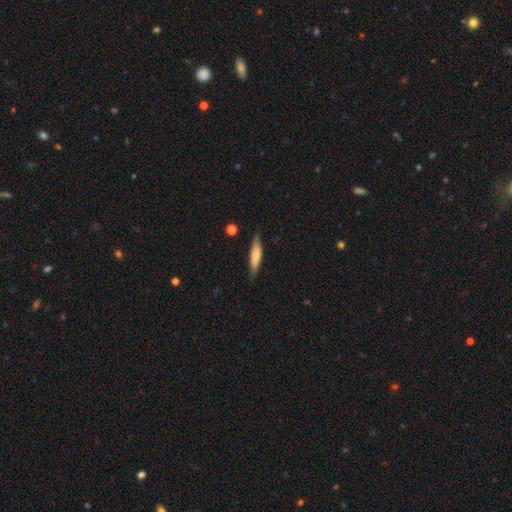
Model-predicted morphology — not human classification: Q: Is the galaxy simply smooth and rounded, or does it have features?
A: smooth — 67%.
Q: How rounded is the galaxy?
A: cigar-shaped — 77%.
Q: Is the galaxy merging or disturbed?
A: none — 80%.